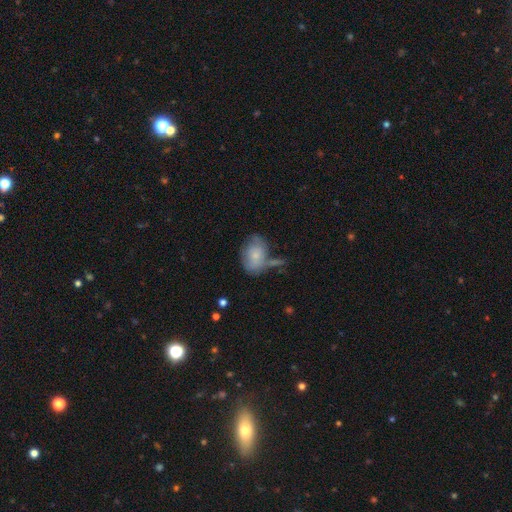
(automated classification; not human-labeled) Smooth or featured?
  - smooth: 66% *
  - featured or disk: 27%
  - star or artifact: 7%
How rounded?
  - in between: 76% *
  - round: 22%
  - cigar-shaped: 1%
Merging?
  - none: 42% *
  - minor disturbance: 27%
  - merger: 17%
  - major disturbance: 14%